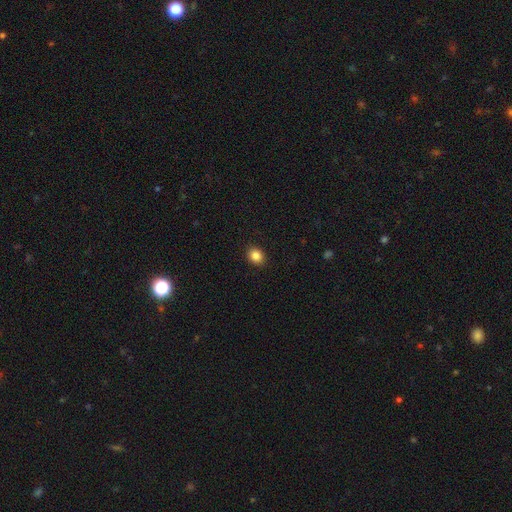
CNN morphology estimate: smooth_or_featured: smooth (p=0.86) [alt: star or artifact p=0.10]
how_rounded: round (p=0.64) [alt: in between p=0.35]
merging: none (p=0.91) [alt: minor disturbance p=0.07]